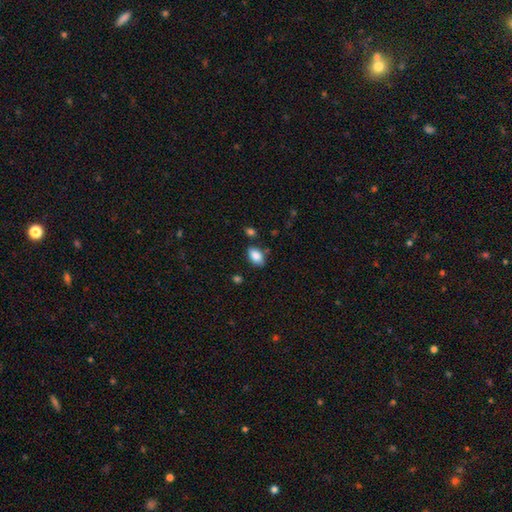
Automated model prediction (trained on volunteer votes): Morphology: type=smooth (86%); roundness=in between (91%); merging=none (78%).